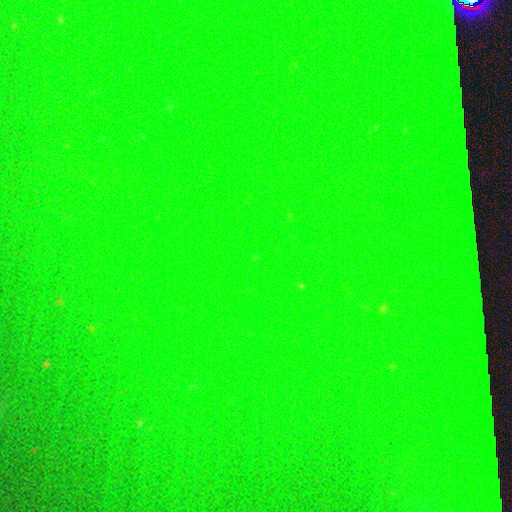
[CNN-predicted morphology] Q: Smooth or featured?
A: star or artifact (77%); runner-up: smooth (14%)